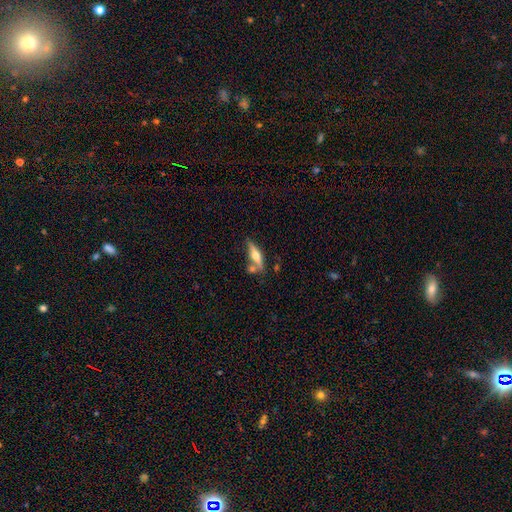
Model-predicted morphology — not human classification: The model was most divided on "smooth or featured": featured or disk: 57%, smooth: 37%, star or artifact: 6%. More confident: edge-on bulge — rounded (94%); edge-on disk — yes (92%); merging — none (61%).